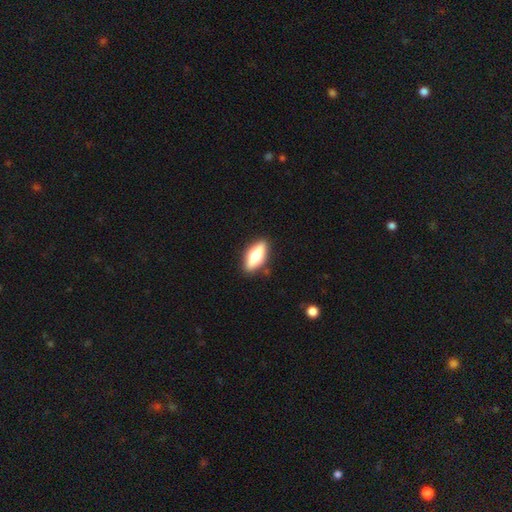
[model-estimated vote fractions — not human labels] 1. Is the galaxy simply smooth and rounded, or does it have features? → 61% smooth, 32% featured or disk, 6% star or artifact.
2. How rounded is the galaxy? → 73% in between, 25% cigar-shaped, 3% round.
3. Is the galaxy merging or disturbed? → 88% none, 9% minor disturbance, 2% major disturbance, 1% merger.